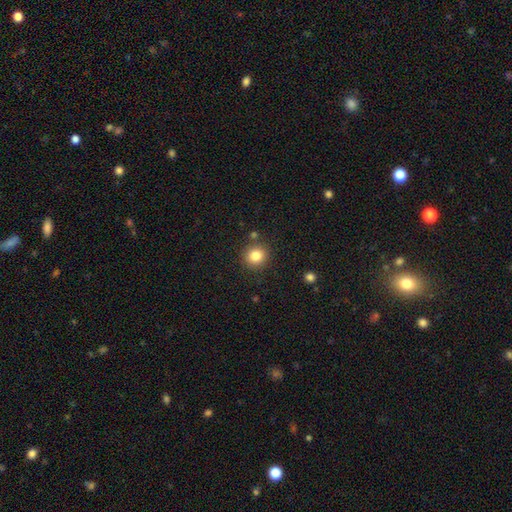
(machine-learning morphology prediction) smooth_or_featured: smooth (p=0.83) [alt: star or artifact p=0.11]
how_rounded: round (p=0.88) [alt: in between p=0.11]
merging: none (p=0.86) [alt: minor disturbance p=0.08]